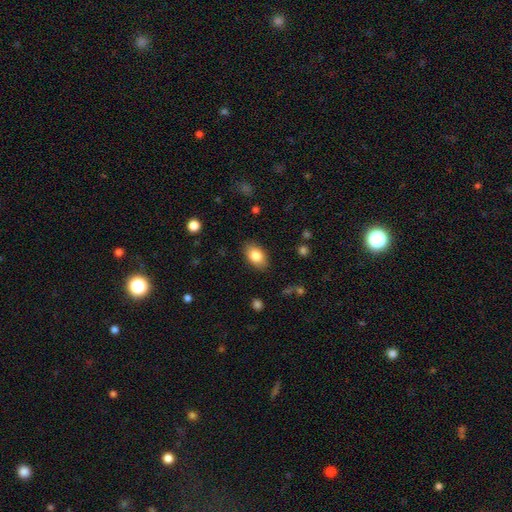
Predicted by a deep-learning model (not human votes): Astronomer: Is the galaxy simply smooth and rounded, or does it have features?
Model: smooth — 84%.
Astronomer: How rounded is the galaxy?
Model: in between — 89%.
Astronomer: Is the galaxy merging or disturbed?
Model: none — 86%.